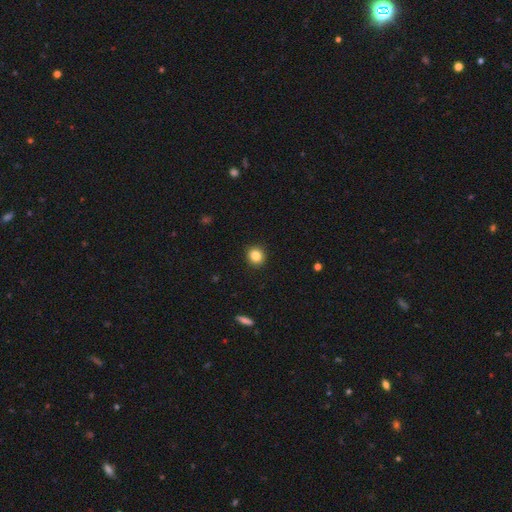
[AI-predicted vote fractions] A smooth galaxy with no disk features (84%) that is round (87%).

Vote fractions:
- Smooth or featured? smooth: 84% / star or artifact: 10% / featured or disk: 5%
- How rounded? round: 87% / in between: 12% / cigar-shaped: 1%
- Merging? none: 92% / minor disturbance: 5% / major disturbance: 2% / merger: 1%